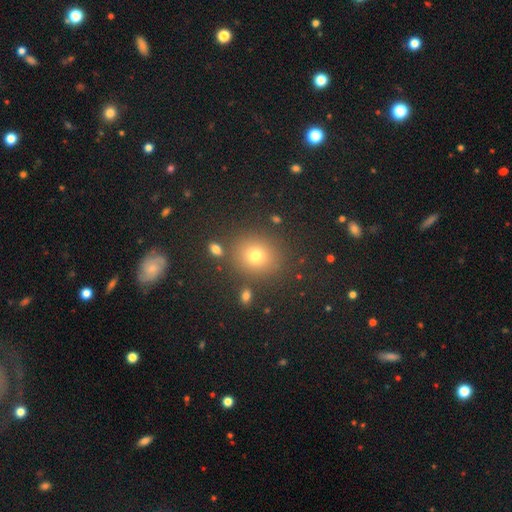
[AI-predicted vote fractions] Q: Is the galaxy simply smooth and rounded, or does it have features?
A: smooth — 74%.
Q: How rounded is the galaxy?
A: round — 84%.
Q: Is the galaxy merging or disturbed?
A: none — 84%.